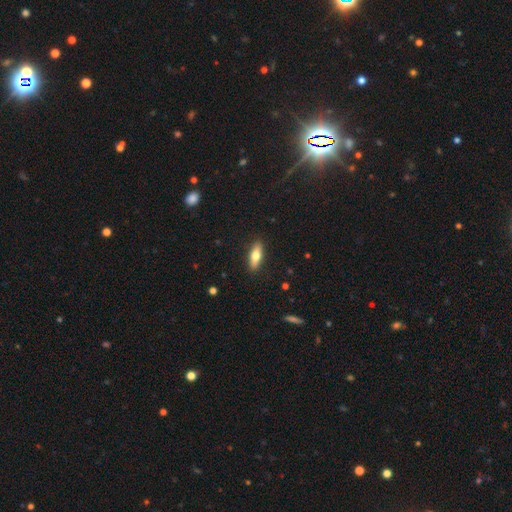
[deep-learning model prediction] This is likely a smooth galaxy (66%). How rounded: possibly in between (56%). Merging: clearly none (89%).